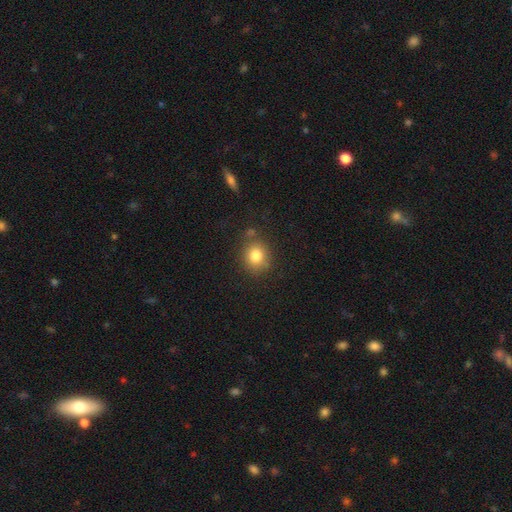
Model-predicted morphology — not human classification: This appears to be a smooth galaxy with no disk features (81%) that is round (78%). Merging: none (78%).